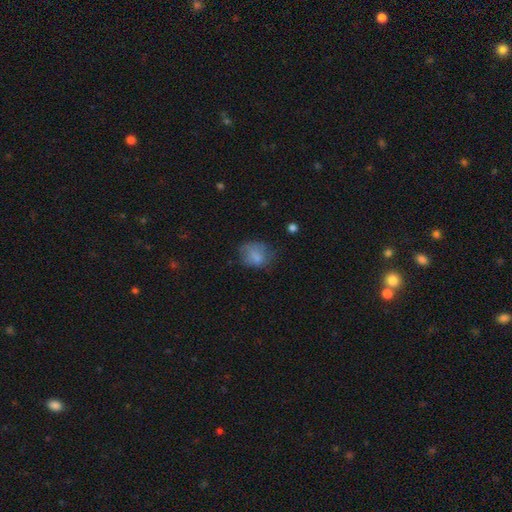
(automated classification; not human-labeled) Smooth or featured? smooth (75%)
How rounded? in between (53%)
Merging? none (54%)